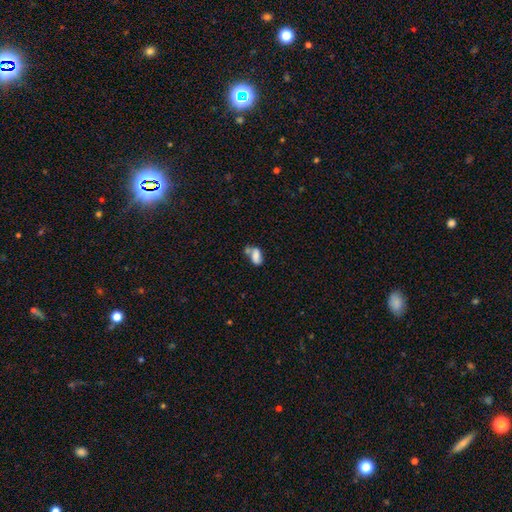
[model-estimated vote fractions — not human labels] Smooth or featured? Predicted: smooth (p=0.78). How rounded? Predicted: in between (p=0.88). Merging? Predicted: merger (p=0.44).